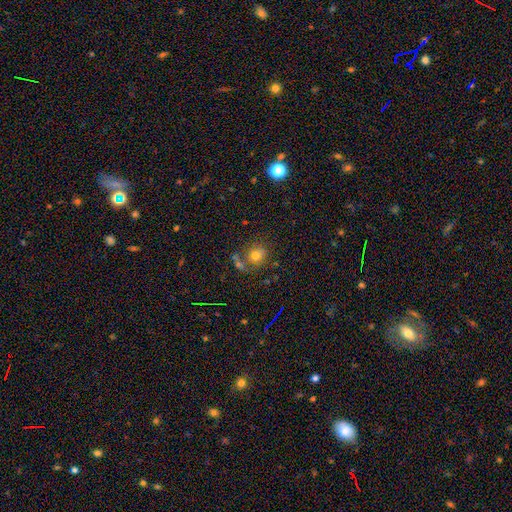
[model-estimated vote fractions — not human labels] The model was most divided on "how rounded": round: 71%, in between: 27%, cigar-shaped: 1%. More confident: smooth or featured — smooth (73%); merging — none (64%).